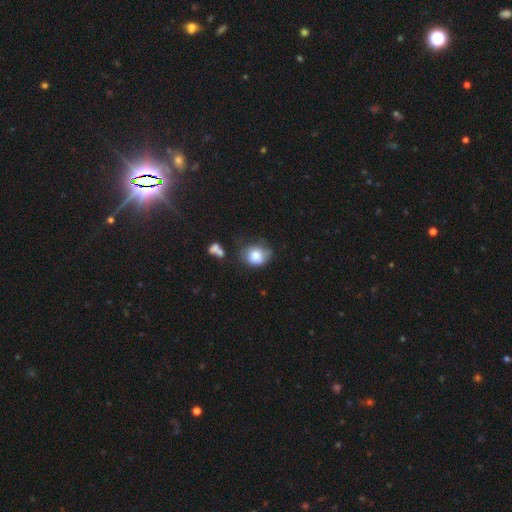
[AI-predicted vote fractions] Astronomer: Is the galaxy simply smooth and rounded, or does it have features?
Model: smooth — 75%.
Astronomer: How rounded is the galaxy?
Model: round — 54% (runner-up: in between, 45%).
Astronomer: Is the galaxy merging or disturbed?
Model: none — 47% (runner-up: minor disturbance, 31%).